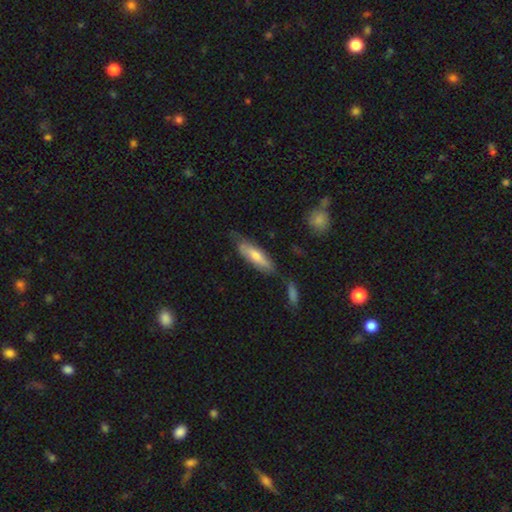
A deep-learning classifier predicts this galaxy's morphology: smooth 59%, featured or disk 35%, star or artifact 6%. Down the decision tree: how rounded — cigar-shaped (56%); merging — none (64%).